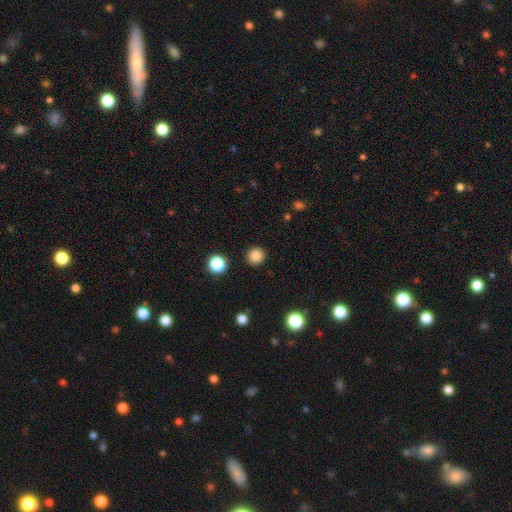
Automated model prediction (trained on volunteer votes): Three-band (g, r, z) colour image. It shows a smooth galaxy with no disk features (85%) that is round (92%). Merging: none (91%).